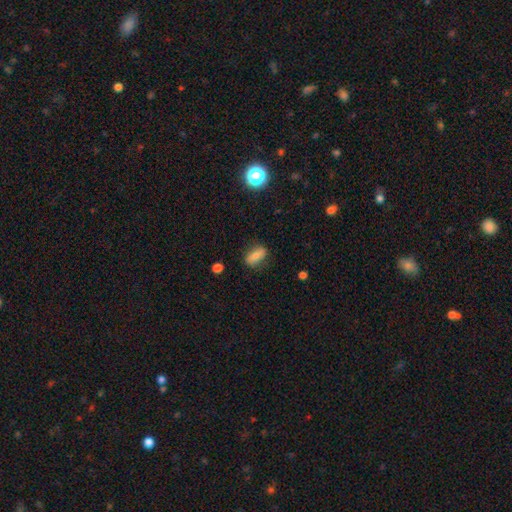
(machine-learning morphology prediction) This is likely a smooth galaxy (72%). How rounded: likely in between (79%). Merging: likely none (79%).